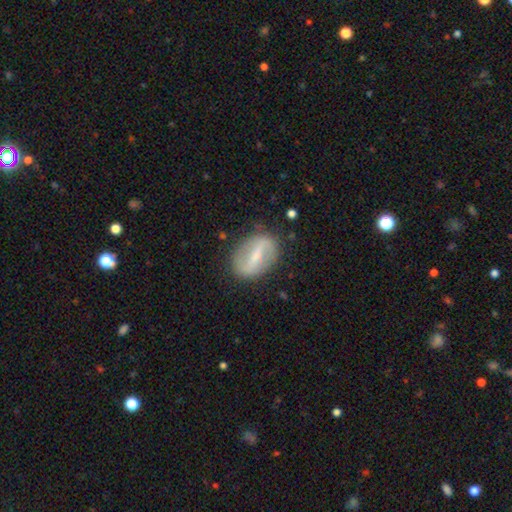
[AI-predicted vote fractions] Q: Smooth or featured?
A: featured or disk (63%); runner-up: smooth (30%)
Q: Edge-on disk?
A: no (92%); runner-up: yes (8%)
Q: Bar?
A: strong (66%); runner-up: weak (26%)
Q: Spiral arms?
A: yes (50%); tied with: no (50%)
Q: Bulge size?
A: small (41%); runner-up: moderate (34%)
Q: Merging?
A: none (81%); runner-up: minor disturbance (13%)